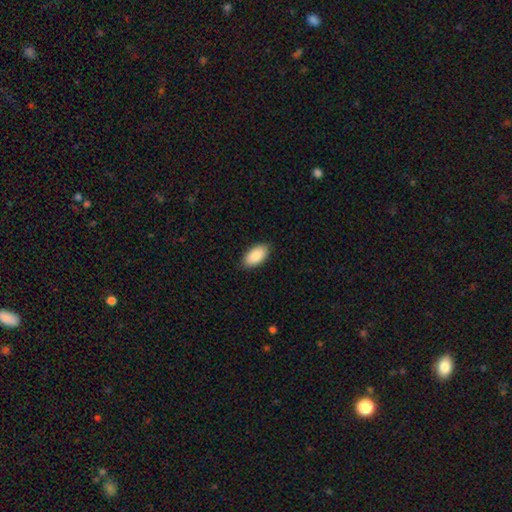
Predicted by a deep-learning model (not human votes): Smooth or featured: smooth — 88% (star or artifact — 6%)
How rounded: in between — 95% (cigar-shaped — 2%)
Merging: none — 87% (minor disturbance — 10%)